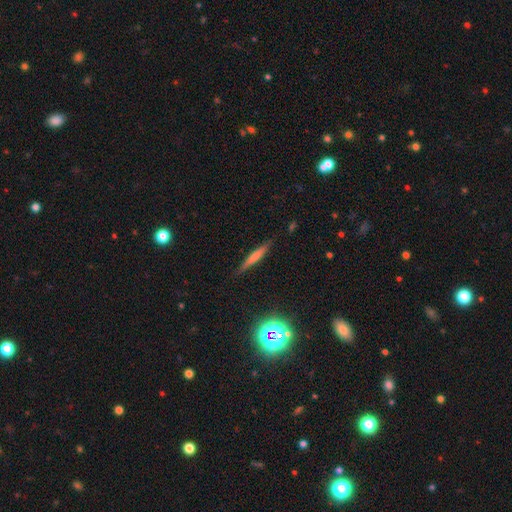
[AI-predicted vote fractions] smooth_or_featured: smooth (p=0.51) [alt: featured or disk p=0.36]
how_rounded: cigar-shaped (p=0.91) [alt: in between p=0.06]
merging: none (p=0.87) [alt: minor disturbance p=0.09]